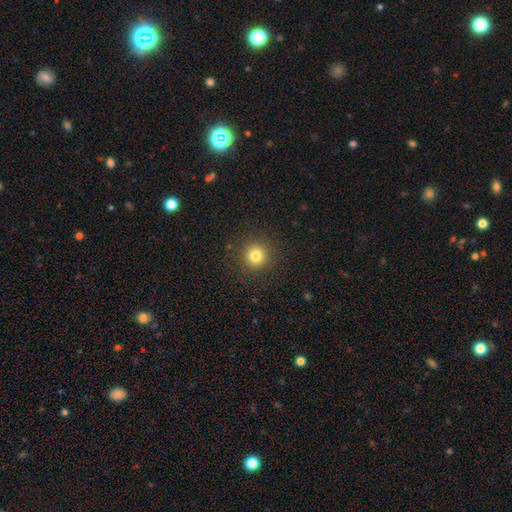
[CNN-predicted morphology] smooth_or_featured: smooth (p=0.81) [alt: star or artifact p=0.13]
how_rounded: round (p=0.94) [alt: in between p=0.05]
merging: none (p=0.90) [alt: minor disturbance p=0.06]